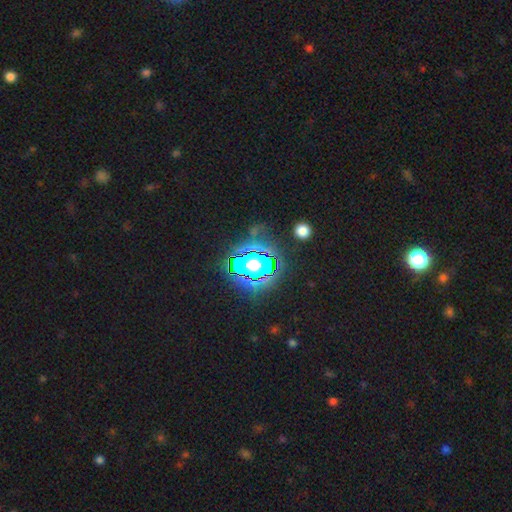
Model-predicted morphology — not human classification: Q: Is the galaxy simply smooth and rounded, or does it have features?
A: star or artifact — 78%.